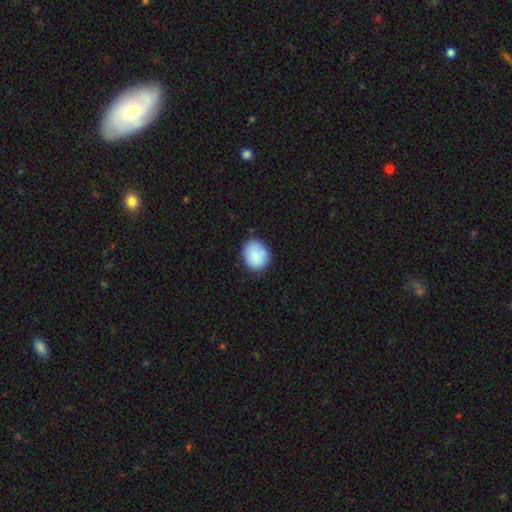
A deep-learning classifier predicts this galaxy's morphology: Smooth or featured?
  - smooth: 86% *
  - featured or disk: 7%
  - star or artifact: 7%
How rounded?
  - round: 51% *
  - in between: 48%
  - cigar-shaped: 1%
Merging?
  - none: 78% *
  - minor disturbance: 17%
  - major disturbance: 3%
  - merger: 2%